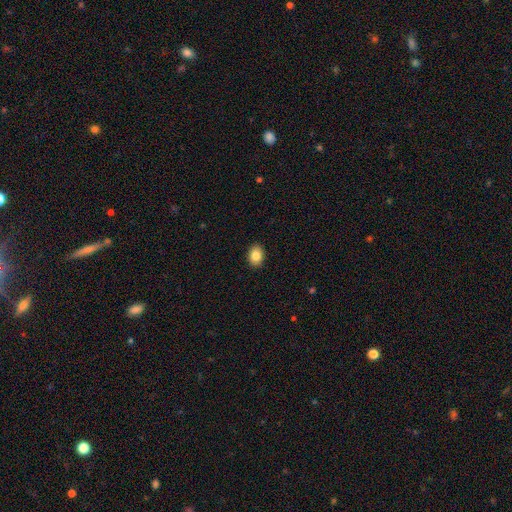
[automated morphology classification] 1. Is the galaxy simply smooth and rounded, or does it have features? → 85% smooth, 8% star or artifact, 7% featured or disk.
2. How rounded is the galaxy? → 73% in between, 26% round, 1% cigar-shaped.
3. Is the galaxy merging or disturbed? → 90% none, 7% minor disturbance, 2% major disturbance, 1% merger.